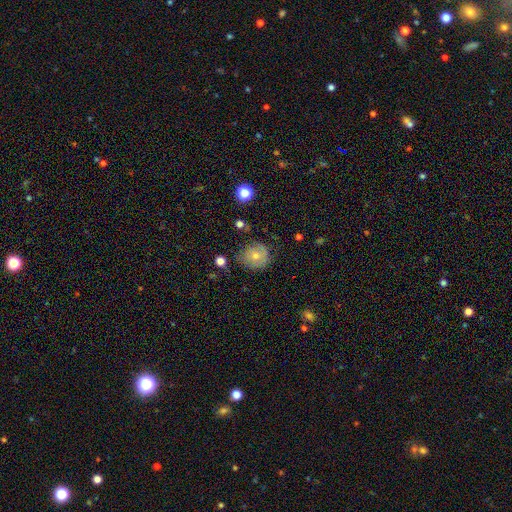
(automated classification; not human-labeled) Smooth or featured: smooth — 48% (featured or disk — 36%)
Merging: none — 71% (minor disturbance — 21%)